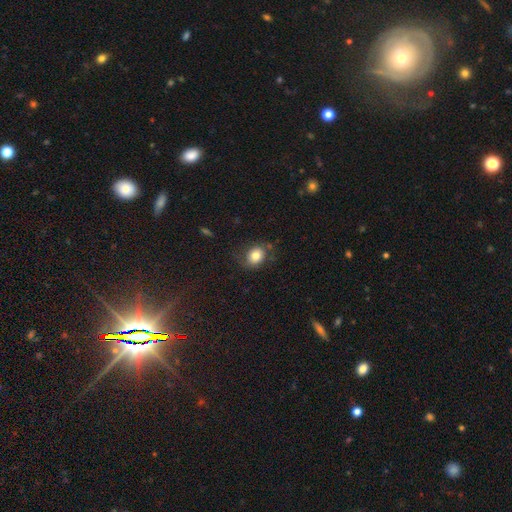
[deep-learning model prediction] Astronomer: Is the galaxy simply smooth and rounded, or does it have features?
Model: smooth — 79%.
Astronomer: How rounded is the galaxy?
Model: round — 52% (runner-up: in between, 47%).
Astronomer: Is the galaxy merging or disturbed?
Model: none — 69%.